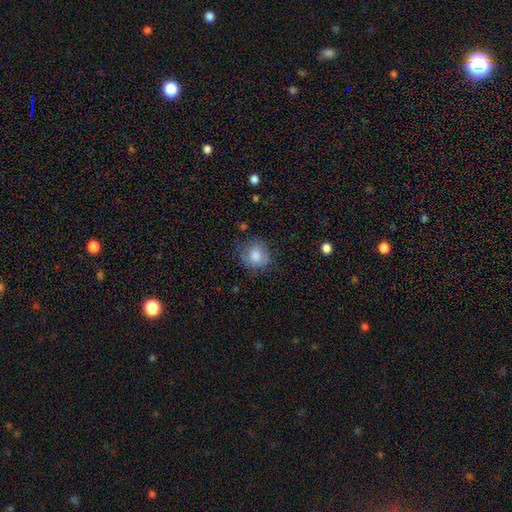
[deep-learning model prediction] Smooth or featured?
  - smooth: 79% *
  - featured or disk: 12%
  - star or artifact: 9%
How rounded?
  - round: 75% *
  - in between: 24%
  - cigar-shaped: 1%
Merging?
  - none: 66% *
  - minor disturbance: 23%
  - major disturbance: 9%
  - merger: 2%